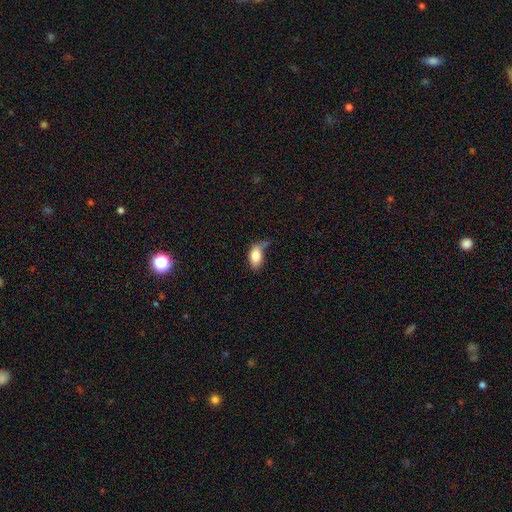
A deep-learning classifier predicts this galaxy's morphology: smooth-or-featured: smooth: 83% | featured or disk: 10% | star or artifact: 8%
  how-rounded: in between: 90% | round: 6% | cigar-shaped: 3%
  merging: none: 39% | minor disturbance: 34% | major disturbance: 17% | merger: 10%